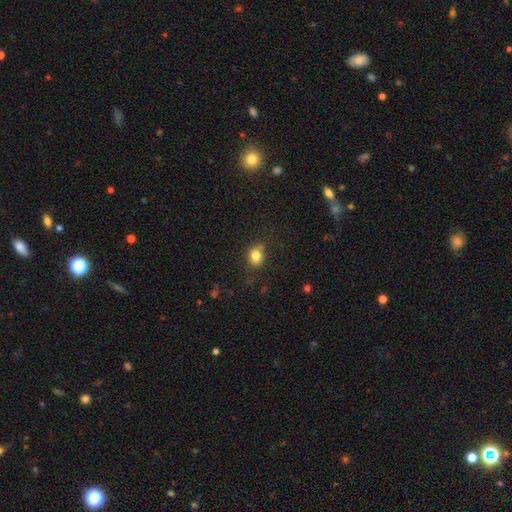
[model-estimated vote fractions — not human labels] Smooth or featured: smooth — 81% (star or artifact — 12%)
How rounded: round — 61% (in between — 38%)
Merging: none — 74% (minor disturbance — 16%)